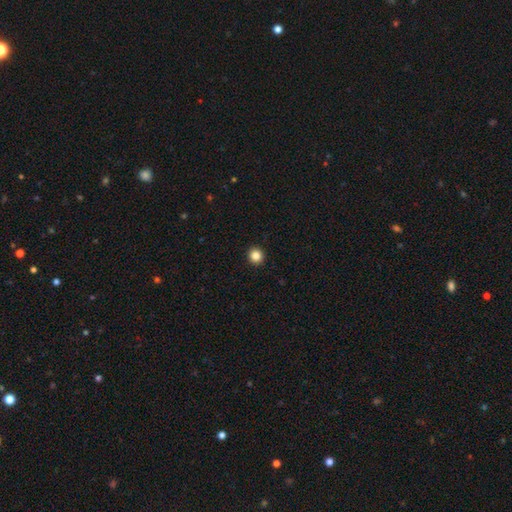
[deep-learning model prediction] smooth_or_featured: smooth (p=0.85) [alt: star or artifact p=0.11]
how_rounded: round (p=0.94) [alt: in between p=0.05]
merging: none (p=0.94) [alt: minor disturbance p=0.04]